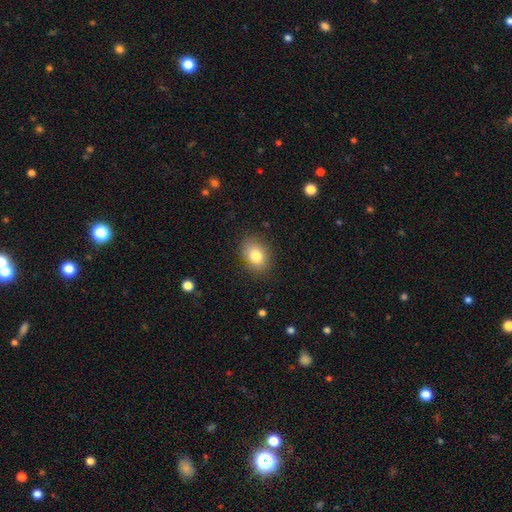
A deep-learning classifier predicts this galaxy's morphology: This appears to be a smooth galaxy with no disk features (80%) that is in between round and cigar-shaped (68%). Merging: none (84%).